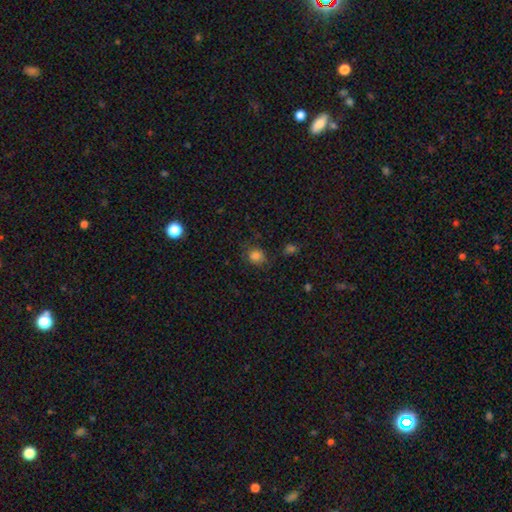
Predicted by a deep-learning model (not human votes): Q: Smooth or featured?
A: smooth (81%); runner-up: star or artifact (14%)
Q: How rounded?
A: round (74%); runner-up: in between (25%)
Q: Merging?
A: none (72%); runner-up: minor disturbance (18%)